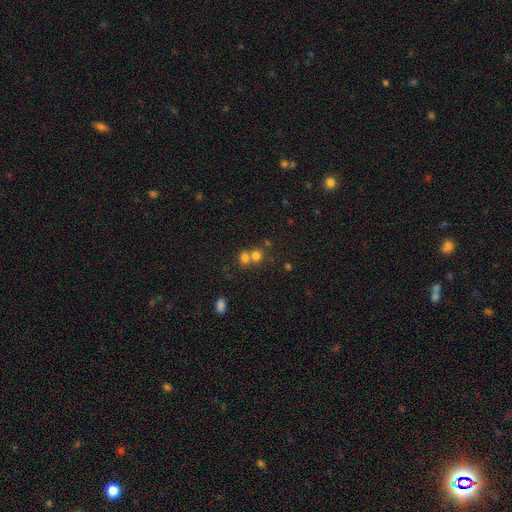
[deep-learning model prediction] smooth-or-featured: smooth: 73% | star or artifact: 15% | featured or disk: 12%
  how-rounded: round: 68% | in between: 31% | cigar-shaped: 1%
  merging: merger: 55% | none: 35% | minor disturbance: 6% | major disturbance: 3%